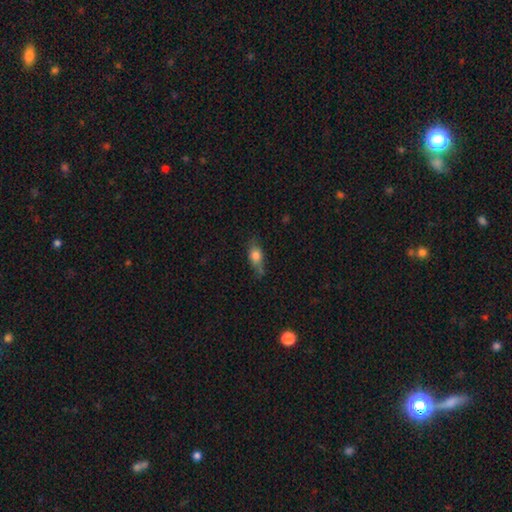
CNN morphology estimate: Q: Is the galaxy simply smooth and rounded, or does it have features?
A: smooth — 68%.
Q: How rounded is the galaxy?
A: in between — 69%.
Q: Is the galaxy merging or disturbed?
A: none — 63%.